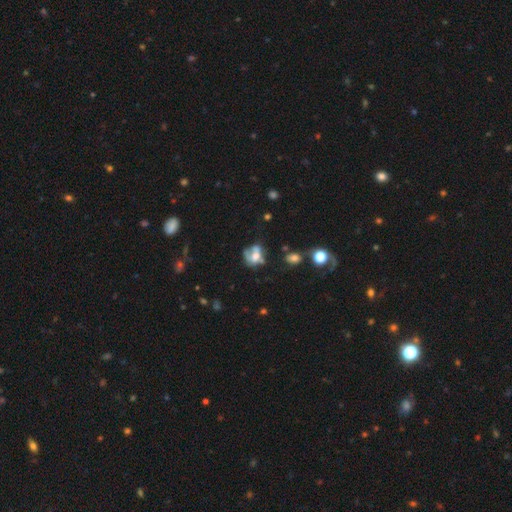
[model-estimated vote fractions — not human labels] Smooth or featured?
  - smooth: 48% *
  - featured or disk: 38%
  - star or artifact: 14%
Merging?
  - none: 30% *
  - merger: 25%
  - major disturbance: 24%
  - minor disturbance: 21%